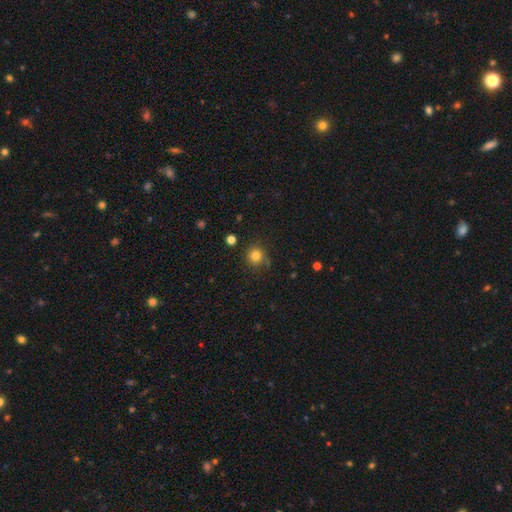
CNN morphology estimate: type=smooth (81%); roundness=round (92%); merging=none (83%).